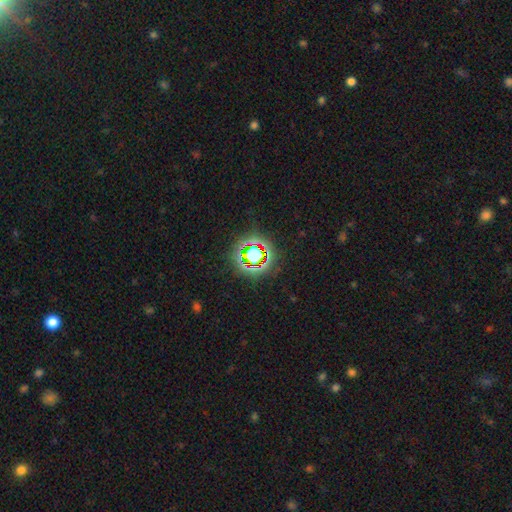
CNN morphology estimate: This appears to be a star or artifact, not a galaxy (76%).